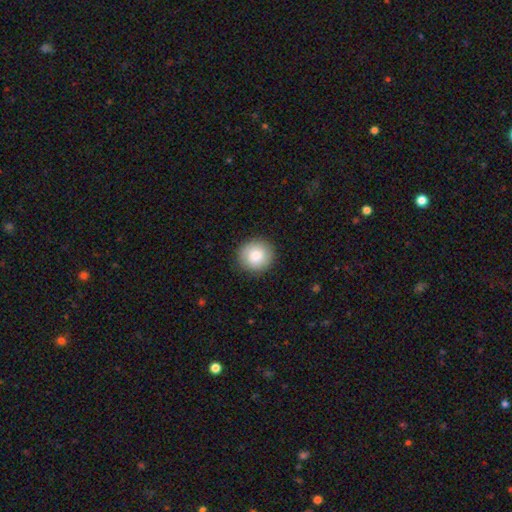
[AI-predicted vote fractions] The model was most divided on "smooth or featured": smooth: 80%, featured or disk: 12%, star or artifact: 8%. More confident: how rounded — round (94%); merging — none (90%).